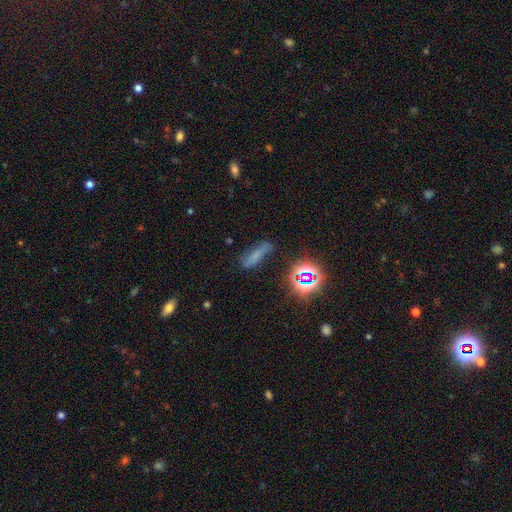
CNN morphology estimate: The model was most divided on "smooth or featured": smooth: 53%, star or artifact: 26%, featured or disk: 21%. More confident: how rounded — cigar-shaped (62%); merging — none (57%).